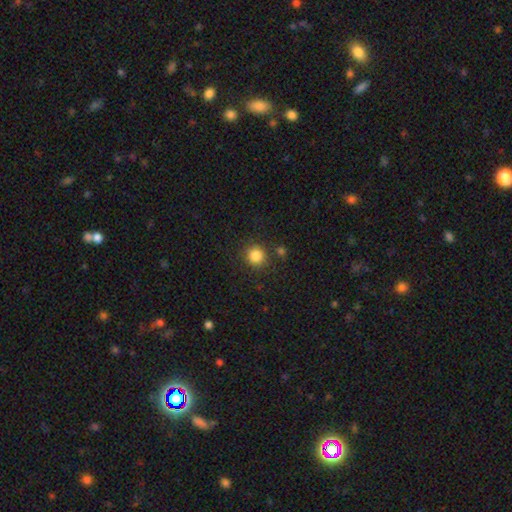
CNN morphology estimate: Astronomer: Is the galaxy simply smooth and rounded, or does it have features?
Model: smooth — 84%.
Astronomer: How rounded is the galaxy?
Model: round — 92%.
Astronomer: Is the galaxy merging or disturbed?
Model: none — 85%.